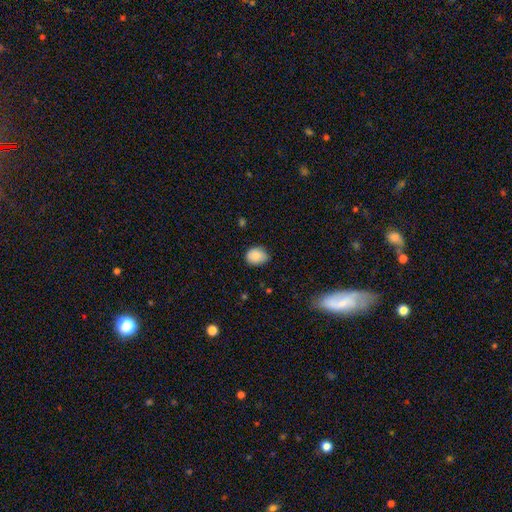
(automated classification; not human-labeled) Smooth or featured? smooth (86%)
How rounded? in between (52%)
Merging? none (73%)